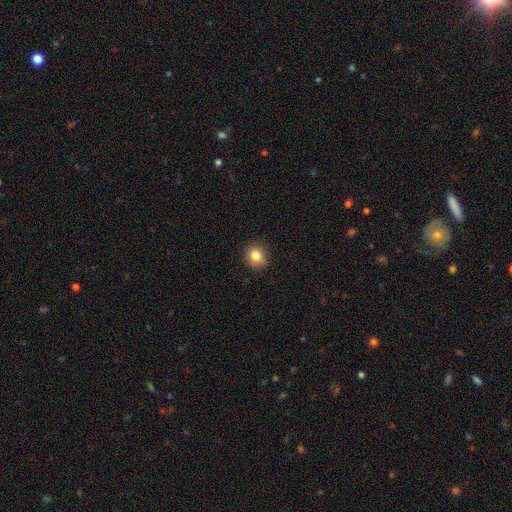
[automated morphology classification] Smooth or featured: smooth — 83% (star or artifact — 11%)
How rounded: round — 79% (in between — 20%)
Merging: none — 87% (minor disturbance — 10%)